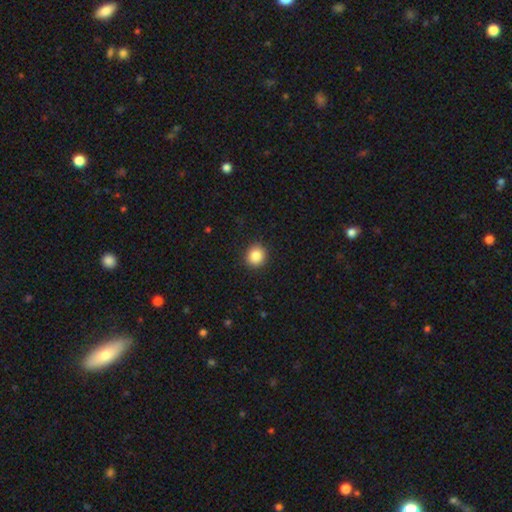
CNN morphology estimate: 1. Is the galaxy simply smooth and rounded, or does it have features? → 86% smooth, 10% star or artifact, 4% featured or disk.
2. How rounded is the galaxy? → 87% round, 12% in between, 1% cigar-shaped.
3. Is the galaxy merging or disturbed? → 91% none, 6% minor disturbance, 2% major disturbance, 1% merger.